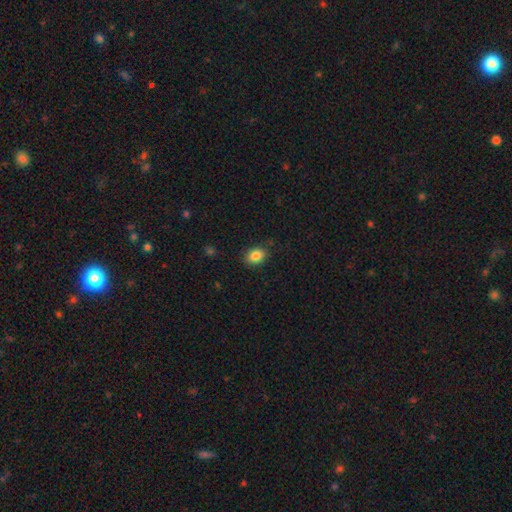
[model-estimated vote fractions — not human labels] This appears to be a smooth galaxy with no disk features (86%) that is in between round and cigar-shaped (77%). Merging: none (86%).